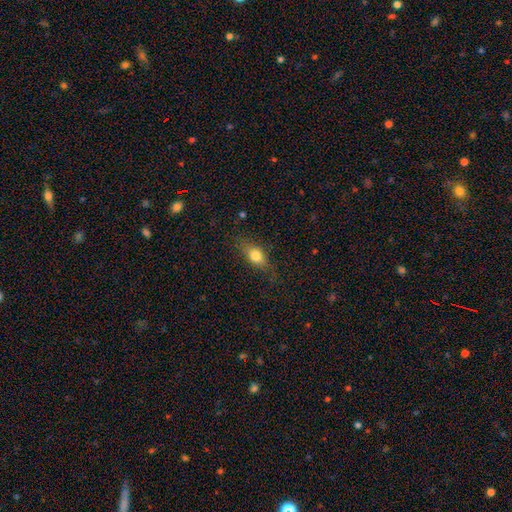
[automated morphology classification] Smooth or featured? Predicted: smooth (p=0.75). How rounded? Predicted: in between (p=0.71). Merging? Predicted: none (p=0.74).